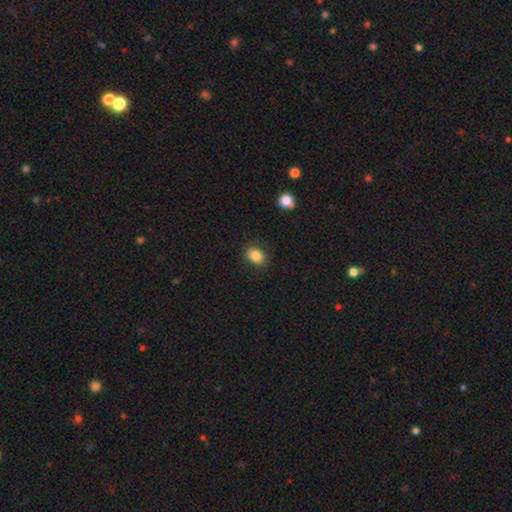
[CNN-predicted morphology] smooth 84%, star or artifact 10%, featured or disk 6%. Down the decision tree: how rounded — in between (62%); merging — none (85%).